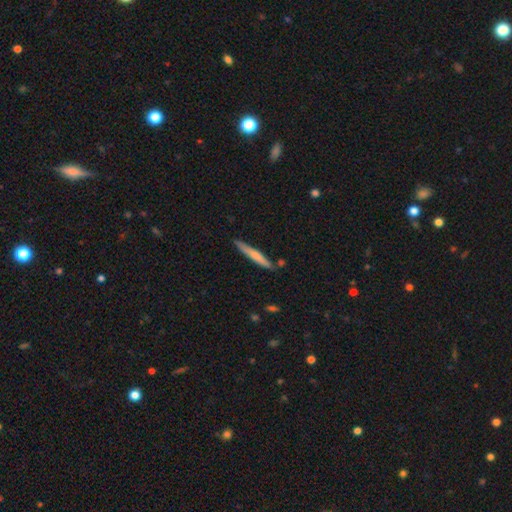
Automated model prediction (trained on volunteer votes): Q: Smooth or featured?
A: smooth (66%); runner-up: featured or disk (29%)
Q: How rounded?
A: cigar-shaped (95%); runner-up: in between (4%)
Q: Merging?
A: none (81%); runner-up: minor disturbance (13%)